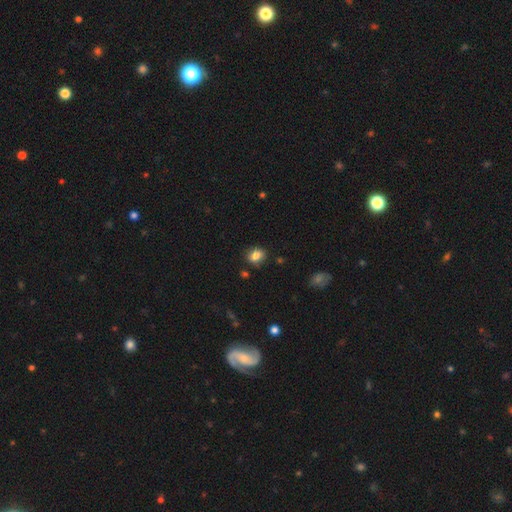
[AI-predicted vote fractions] Q: Smooth or featured?
A: smooth (84%); runner-up: star or artifact (10%)
Q: How rounded?
A: in between (59%); runner-up: round (40%)
Q: Merging?
A: none (81%); runner-up: minor disturbance (14%)